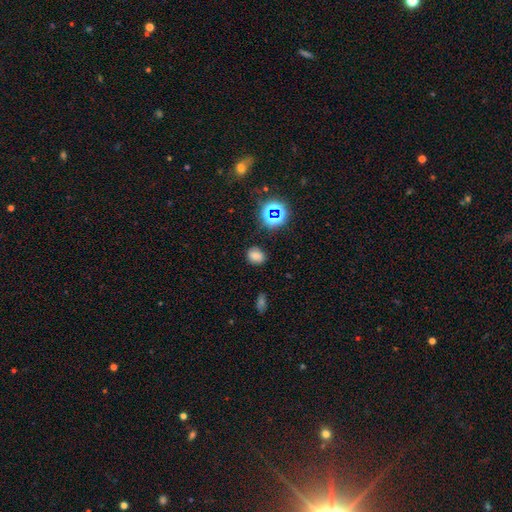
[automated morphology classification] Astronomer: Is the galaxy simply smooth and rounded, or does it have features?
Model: smooth — 71%.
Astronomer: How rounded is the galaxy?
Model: in between — 56% (runner-up: round, 43%).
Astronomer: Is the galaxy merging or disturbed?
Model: none — 82%.